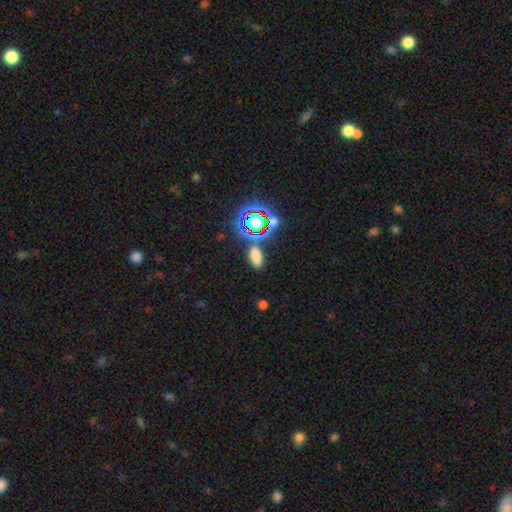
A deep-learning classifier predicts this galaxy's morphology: A smooth galaxy with no disk features (70%) that is in between round and cigar-shaped (80%). Merging: none (77%).